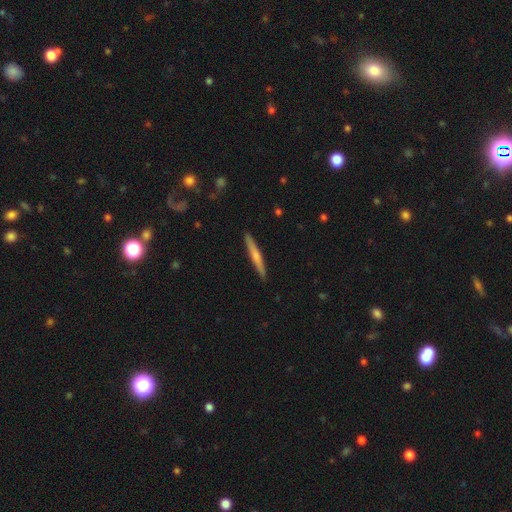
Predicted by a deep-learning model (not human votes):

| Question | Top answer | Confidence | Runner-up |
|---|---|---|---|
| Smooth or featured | smooth | 53% | featured or disk (41%) |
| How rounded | cigar-shaped | 96% | in between (3%) |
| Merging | none | 91% | minor disturbance (6%) |